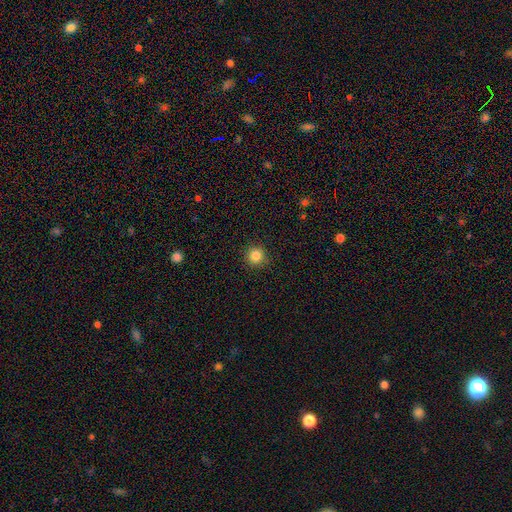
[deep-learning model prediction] Morphology: type=smooth (84%); roundness=round (94%); merging=none (91%).